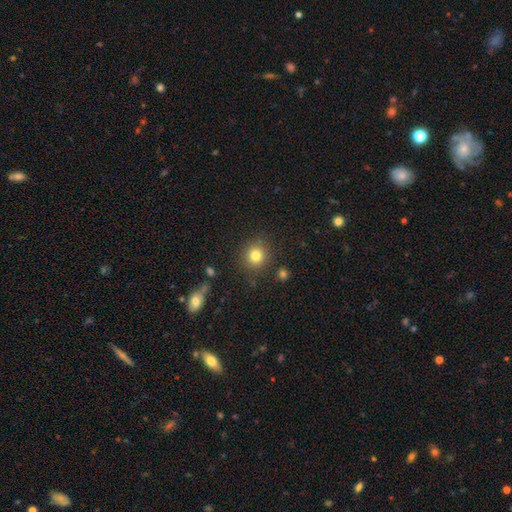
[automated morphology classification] smooth-or-featured: smooth: 81% | star or artifact: 12% | featured or disk: 7%
  how-rounded: round: 88% | in between: 11% | cigar-shaped: 1%
  merging: none: 86% | minor disturbance: 8% | major disturbance: 3% | merger: 3%